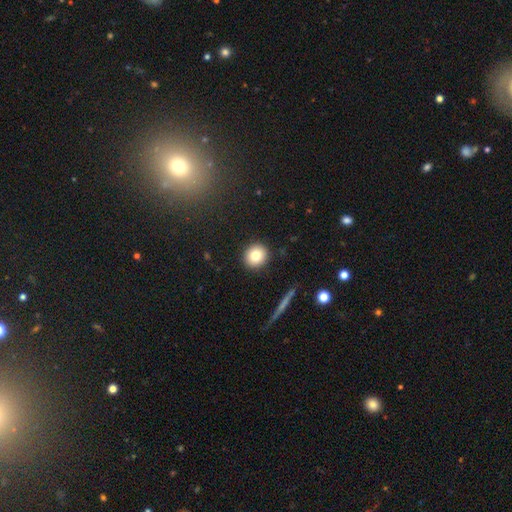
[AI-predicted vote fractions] This is clearly a smooth galaxy (81%). How rounded: clearly round (90%). Merging: clearly none (92%).